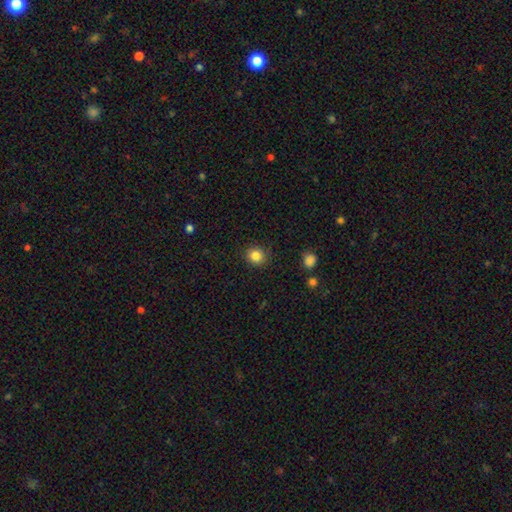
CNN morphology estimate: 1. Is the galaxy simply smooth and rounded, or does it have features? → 84% smooth, 11% star or artifact, 5% featured or disk.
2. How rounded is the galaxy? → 85% round, 14% in between, 1% cigar-shaped.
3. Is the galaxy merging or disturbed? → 89% none, 7% minor disturbance, 2% major disturbance, 1% merger.